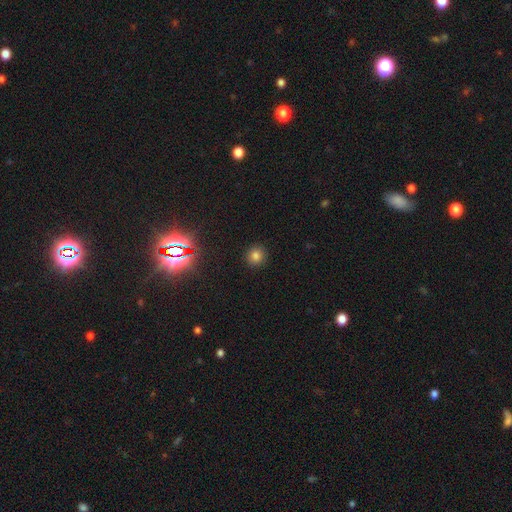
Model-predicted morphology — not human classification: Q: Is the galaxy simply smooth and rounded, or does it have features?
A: smooth — 77%.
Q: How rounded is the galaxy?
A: round — 91%.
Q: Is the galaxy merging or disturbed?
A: none — 91%.